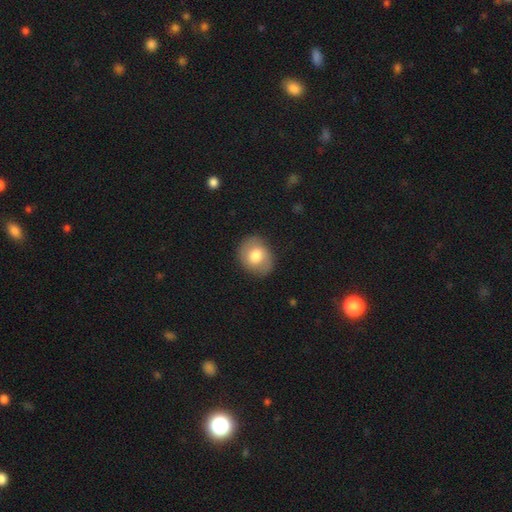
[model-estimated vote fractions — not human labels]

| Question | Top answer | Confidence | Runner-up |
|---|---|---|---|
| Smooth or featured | smooth | 70% | featured or disk (23%) |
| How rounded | round | 51% | in between (48%) |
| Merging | none | 83% | minor disturbance (12%) |